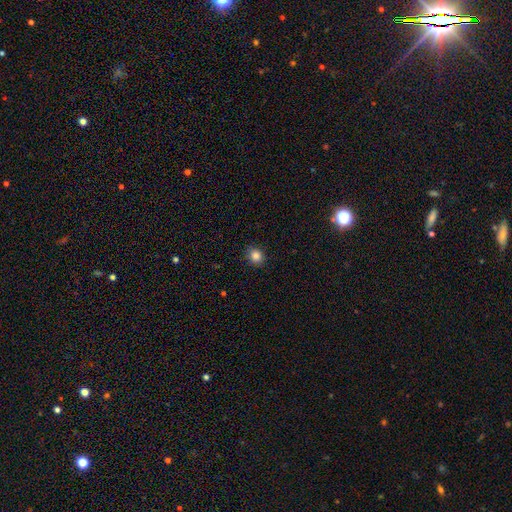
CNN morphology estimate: Smooth or featured?
  - smooth: 85% *
  - star or artifact: 11%
  - featured or disk: 4%
How rounded?
  - round: 72% *
  - in between: 27%
  - cigar-shaped: 1%
Merging?
  - none: 89% *
  - minor disturbance: 8%
  - major disturbance: 2%
  - merger: 1%